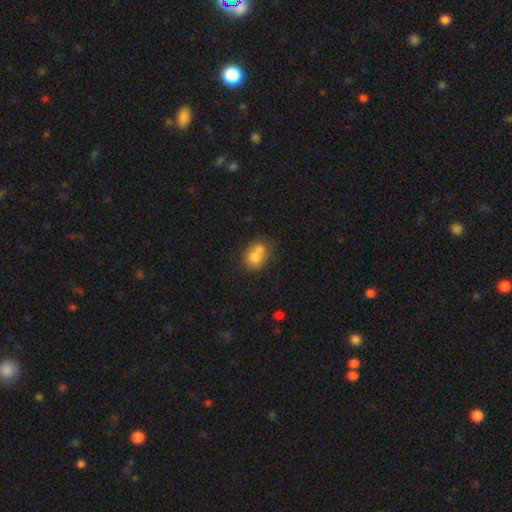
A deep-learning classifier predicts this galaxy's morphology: Smooth or featured? Predicted: smooth (p=0.71). How rounded? Predicted: round (p=0.62). Merging? Predicted: merger (p=0.52).